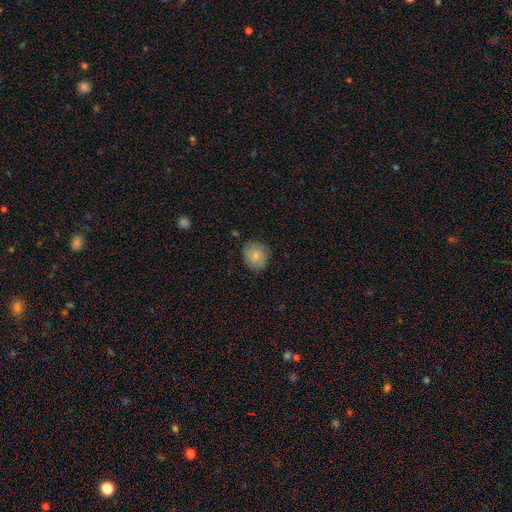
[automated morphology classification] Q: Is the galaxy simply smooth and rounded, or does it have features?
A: smooth — 70%.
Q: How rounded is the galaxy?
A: round — 76%.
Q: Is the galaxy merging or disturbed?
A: none — 79%.